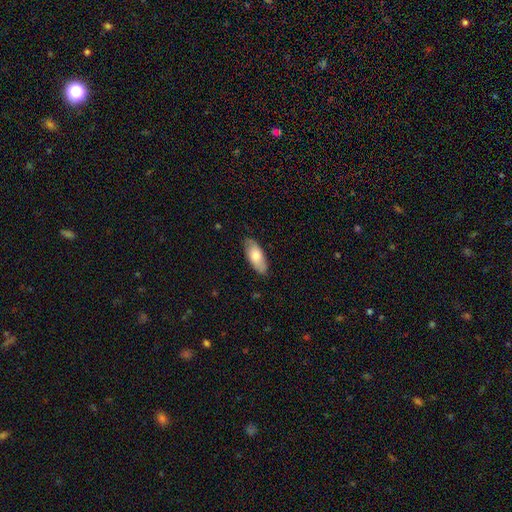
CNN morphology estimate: This is likely a smooth galaxy (73%). How rounded: clearly in between (84%). Merging: clearly none (82%).